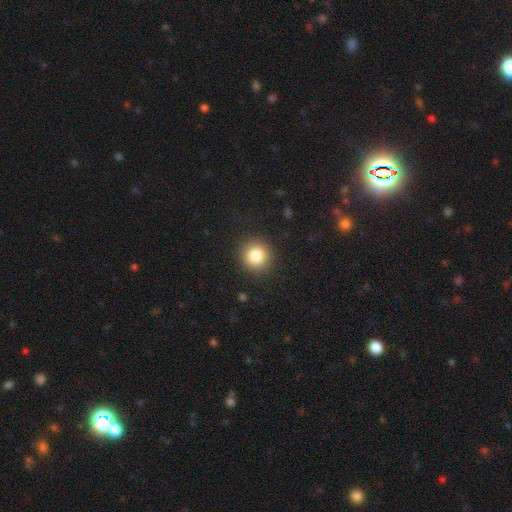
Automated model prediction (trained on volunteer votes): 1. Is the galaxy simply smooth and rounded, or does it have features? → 84% smooth, 10% star or artifact, 6% featured or disk.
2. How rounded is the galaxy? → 93% round, 6% in between, 1% cigar-shaped.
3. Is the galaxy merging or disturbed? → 91% none, 6% minor disturbance, 2% major disturbance, 1% merger.